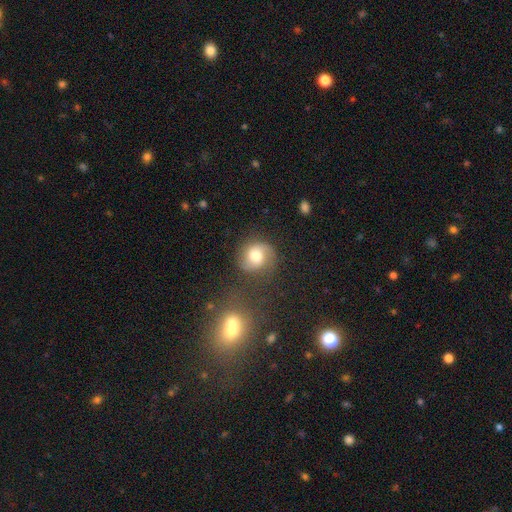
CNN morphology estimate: Smooth or featured? featured or disk (56%)
Edge-on disk? no (98%)
Bar? no (58%)
Spiral arms? yes (91%)
Bulge size? moderate (59%)
Merging? none (70%)